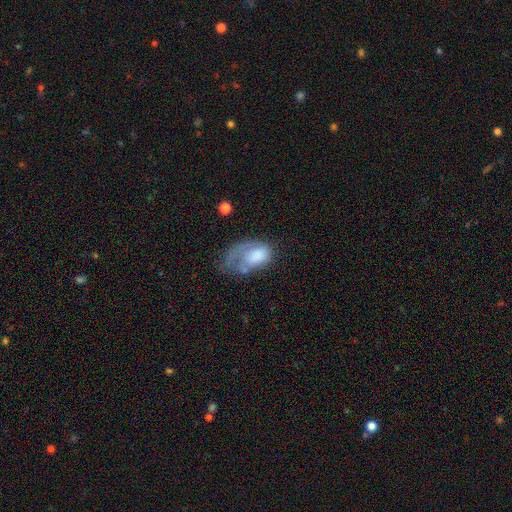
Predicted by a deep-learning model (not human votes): Morphology: type=smooth (52%); roundness=in between (89%); merging=major disturbance (49%).